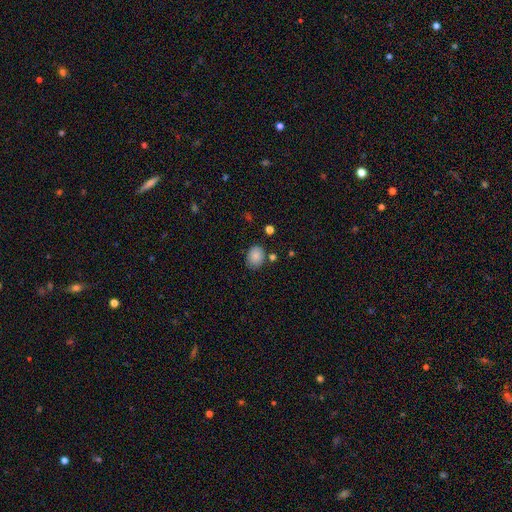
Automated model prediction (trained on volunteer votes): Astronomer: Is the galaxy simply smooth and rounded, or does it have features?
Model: smooth — 85%.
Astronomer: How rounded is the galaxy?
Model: round — 53% (runner-up: in between, 46%).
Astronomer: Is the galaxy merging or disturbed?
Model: none — 78%.